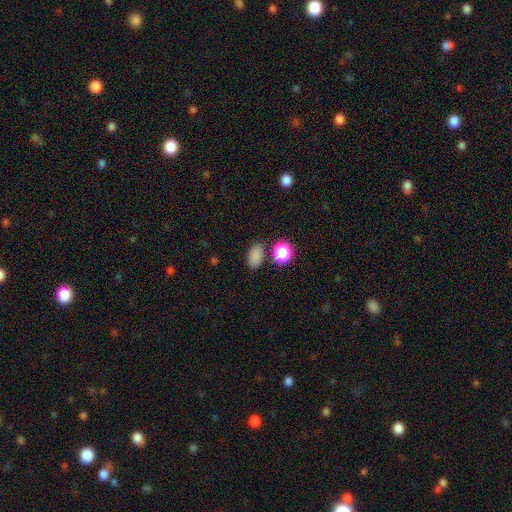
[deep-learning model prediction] Overall: smooth (80%). How rounded: in between (85%). Merging: none (78%).